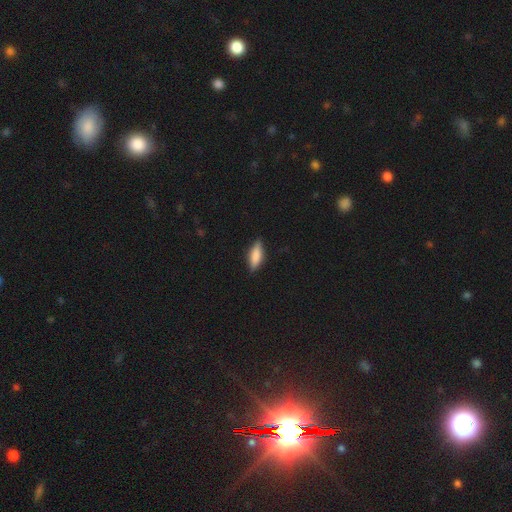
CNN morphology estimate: A smooth galaxy with no disk features (77%) that is in between round and cigar-shaped (63%). Merging: none (84%).